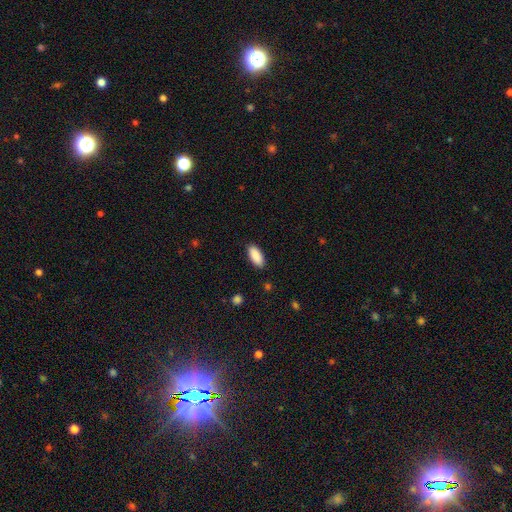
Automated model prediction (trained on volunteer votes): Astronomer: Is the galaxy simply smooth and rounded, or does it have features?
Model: smooth — 91%.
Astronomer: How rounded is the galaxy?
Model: in between — 85%.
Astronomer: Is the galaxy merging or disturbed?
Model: none — 89%.